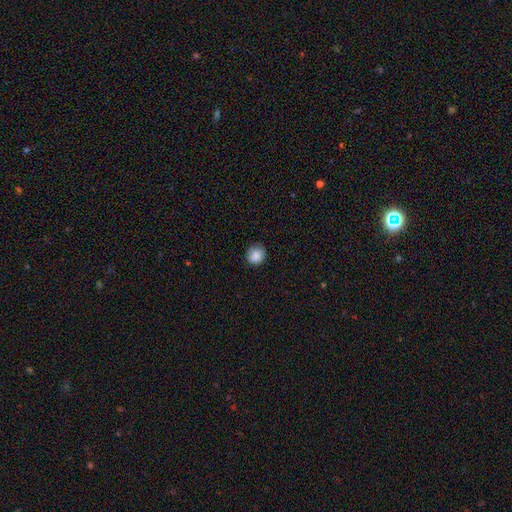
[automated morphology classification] A smooth galaxy with no disk features (88%) that is round (83%). Merging: none (84%).